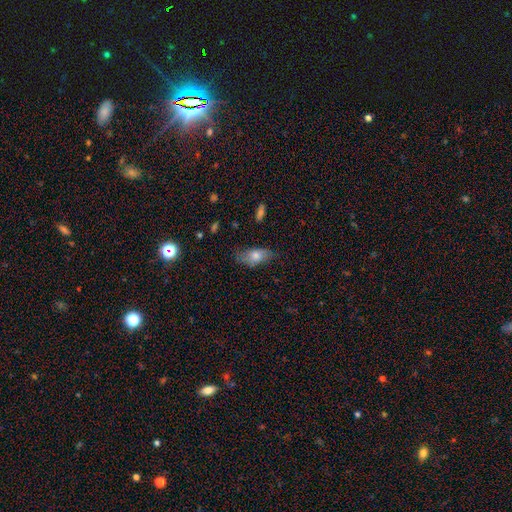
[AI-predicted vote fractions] This is likely a smooth galaxy (68%). How rounded: clearly in between (87%). Merging: likely none (66%).